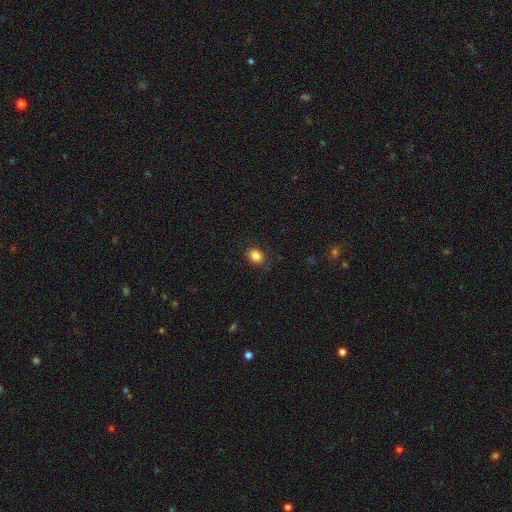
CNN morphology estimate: This appears to be a smooth galaxy with no disk features (86%) that is in between round and cigar-shaped (59%). Merging: none (83%).